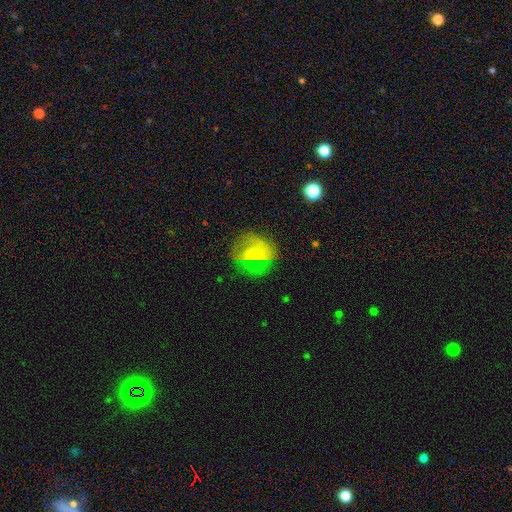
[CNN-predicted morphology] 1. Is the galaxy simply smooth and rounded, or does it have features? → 45% featured or disk, 42% smooth, 13% star or artifact.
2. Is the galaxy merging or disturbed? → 53% none, 23% minor disturbance, 20% major disturbance, 4% merger.